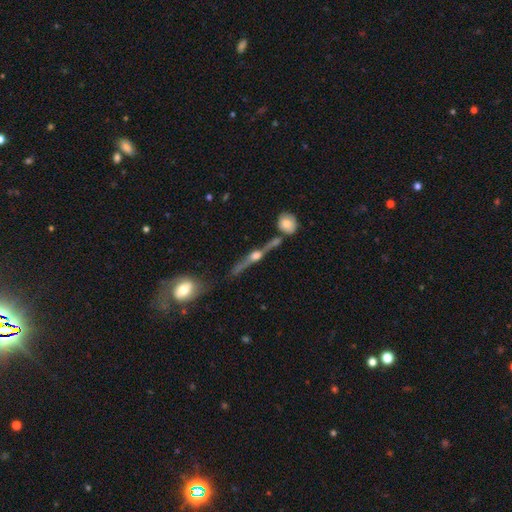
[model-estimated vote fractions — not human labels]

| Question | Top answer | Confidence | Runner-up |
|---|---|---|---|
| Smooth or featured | featured or disk | 80% | smooth (12%) |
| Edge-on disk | yes | 94% | no (6%) |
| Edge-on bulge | rounded | 94% | boxy (4%) |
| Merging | none | 67% | minor disturbance (15%) |